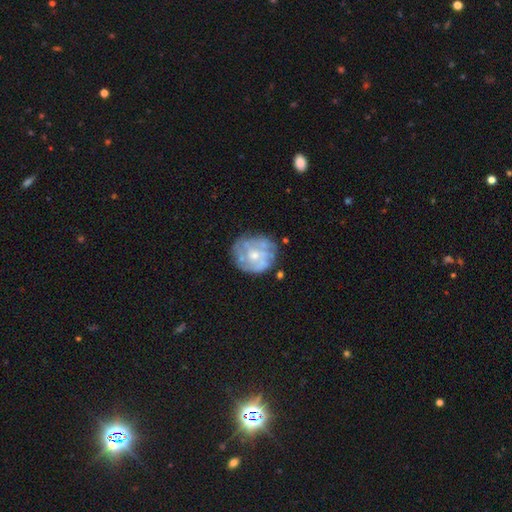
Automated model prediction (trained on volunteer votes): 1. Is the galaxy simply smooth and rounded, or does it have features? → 71% featured or disk, 22% smooth, 7% star or artifact.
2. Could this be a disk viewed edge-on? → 98% no, 2% yes.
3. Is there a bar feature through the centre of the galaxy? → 76% no, 21% weak, 3% strong.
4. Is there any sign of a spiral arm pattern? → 69% yes, 31% no.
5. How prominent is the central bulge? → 49% moderate, 44% small, 4% none, 3% large, 1% dominant.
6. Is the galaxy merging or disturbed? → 70% none, 18% minor disturbance, 9% major disturbance, 3% merger.